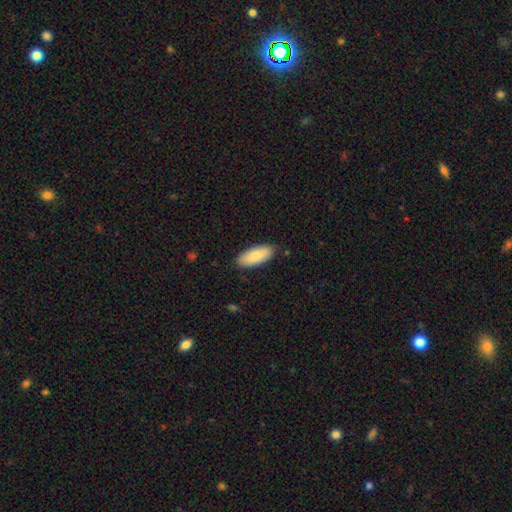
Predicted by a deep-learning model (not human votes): Overall: smooth (87%). How rounded: in between (84%). Merging: none (87%).